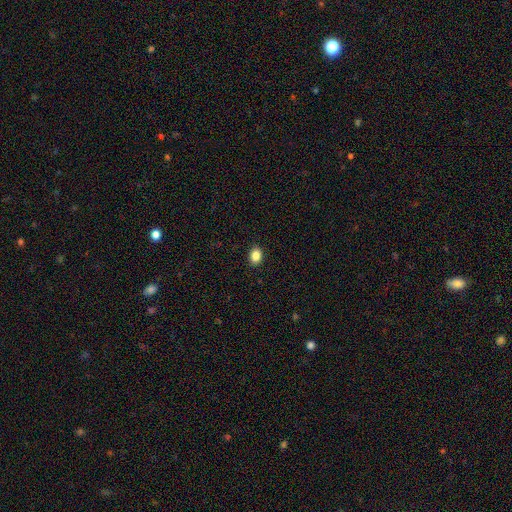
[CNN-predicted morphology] Smooth or featured? Predicted: smooth (p=0.86). How rounded? Predicted: in between (p=0.72). Merging? Predicted: none (p=0.90).